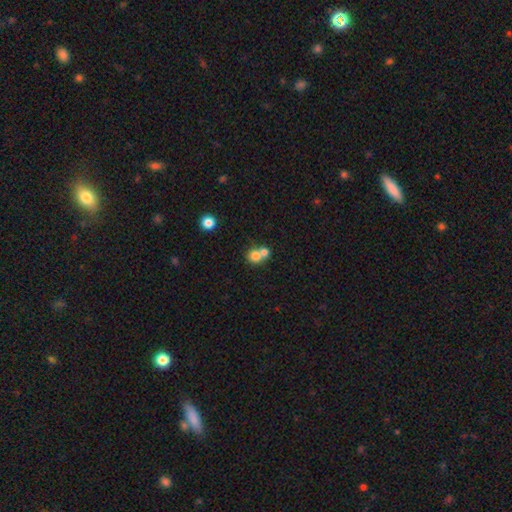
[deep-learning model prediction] Smooth or featured?
  - smooth: 76% *
  - featured or disk: 13%
  - star or artifact: 11%
How rounded?
  - round: 81% *
  - in between: 18%
  - cigar-shaped: 1%
Merging?
  - merger: 56% *
  - none: 35%
  - minor disturbance: 6%
  - major disturbance: 3%